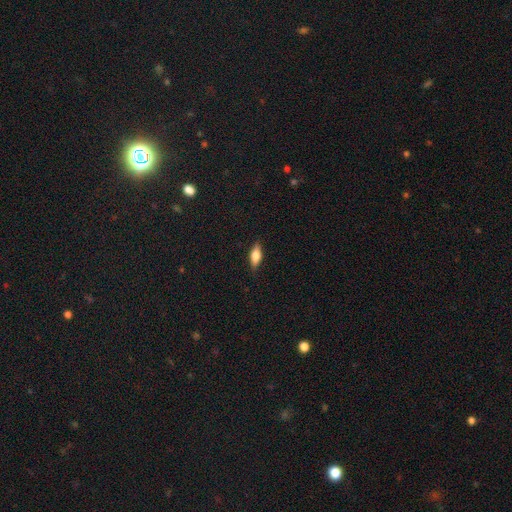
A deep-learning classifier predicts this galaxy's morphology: This is likely a smooth galaxy (67%). How rounded: likely in between (71%). Merging: clearly none (86%).